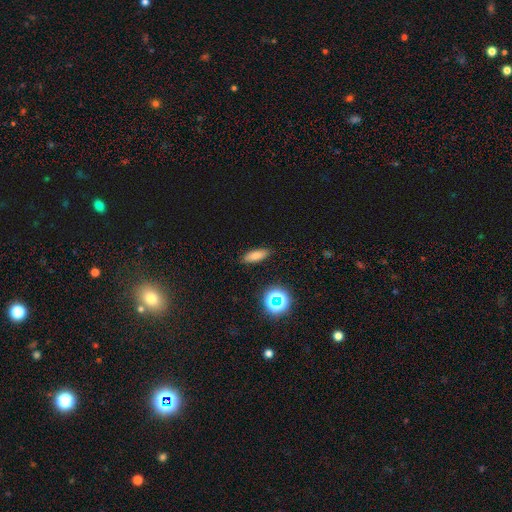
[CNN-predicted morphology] A smooth galaxy with no disk features (74%) that is in between round and cigar-shaped (67%). Merging: none (88%).